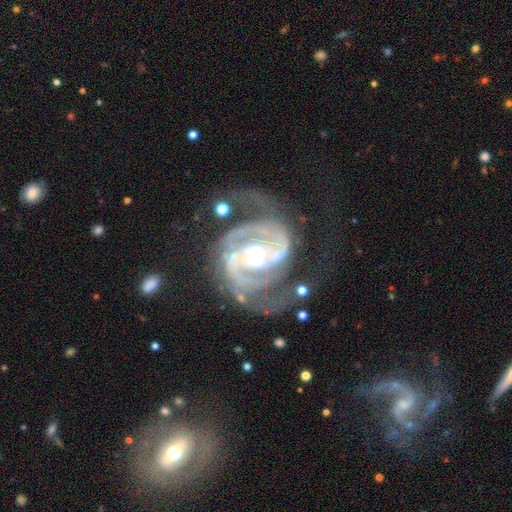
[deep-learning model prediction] Morphology: type=featured or disk (93%); edge-on=no (98%); bar=weak (39%); spiral arms=yes (98%); winding=tight (47%); arm count=2 (79%); bulge=moderate (64%); merging=none (59%).